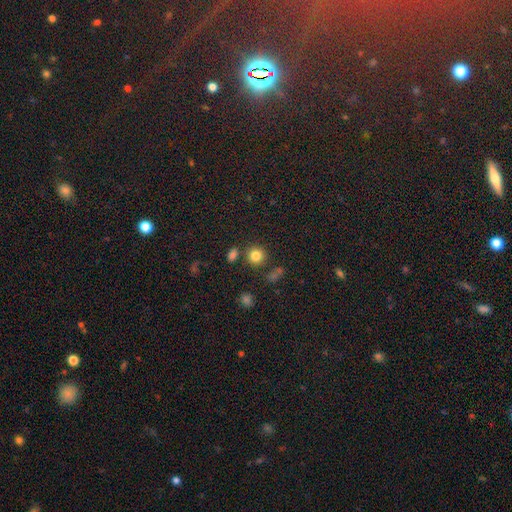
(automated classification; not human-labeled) This appears to be a smooth galaxy with no disk features (81%) that is round (89%). Merging: none (78%).